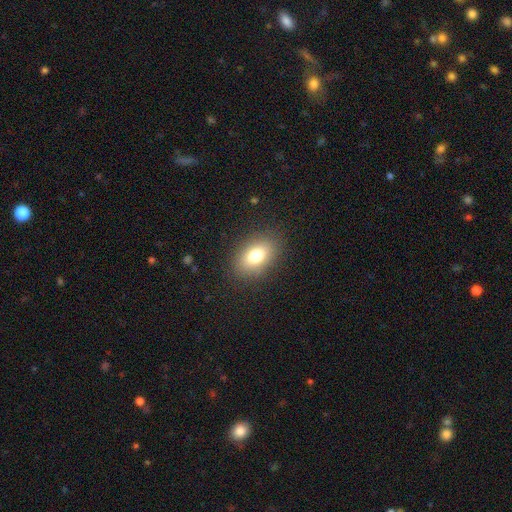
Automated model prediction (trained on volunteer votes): smooth_or_featured: smooth (p=0.78) [alt: featured or disk p=0.12]
how_rounded: in between (p=0.85) [alt: round p=0.13]
merging: none (p=0.86) [alt: minor disturbance p=0.10]